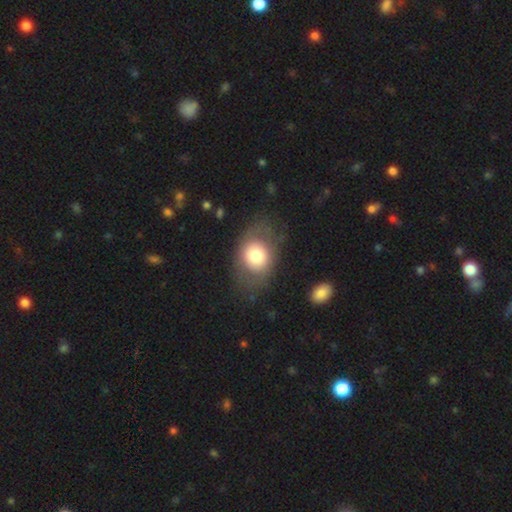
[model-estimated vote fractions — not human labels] A smooth galaxy with no disk features (69%) that is in between round and cigar-shaped (55%).

Vote fractions:
- Smooth or featured? smooth: 69% / featured or disk: 23% / star or artifact: 8%
- How rounded? in between: 55% / round: 43% / cigar-shaped: 1%
- Merging? none: 71% / minor disturbance: 16% / major disturbance: 11% / merger: 2%